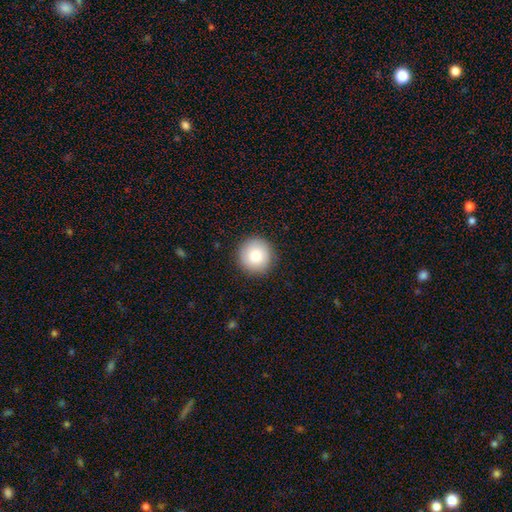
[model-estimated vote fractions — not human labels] The model was most divided on "smooth or featured": smooth: 85%, featured or disk: 8%, star or artifact: 8%. More confident: how rounded — round (95%); merging — none (91%).